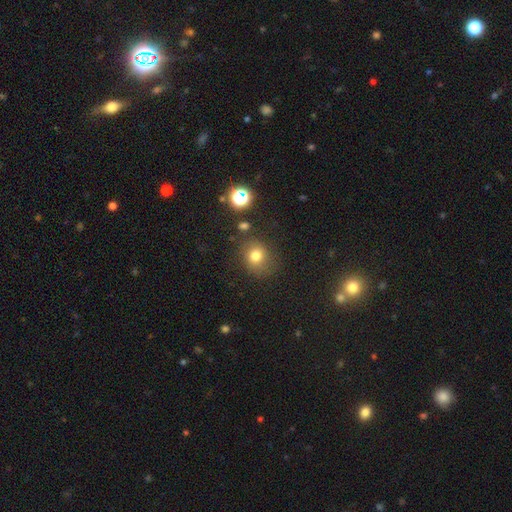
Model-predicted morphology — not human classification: This appears to be a smooth galaxy with no disk features (75%) that is round (67%). Merging: none (73%).